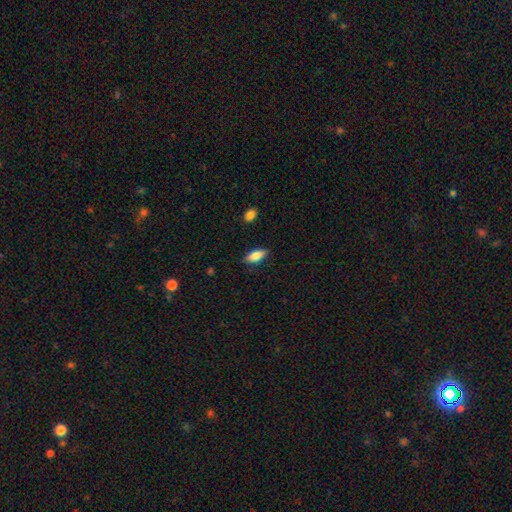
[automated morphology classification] Overall: smooth (81%). How rounded: in between (82%). Merging: none (84%).